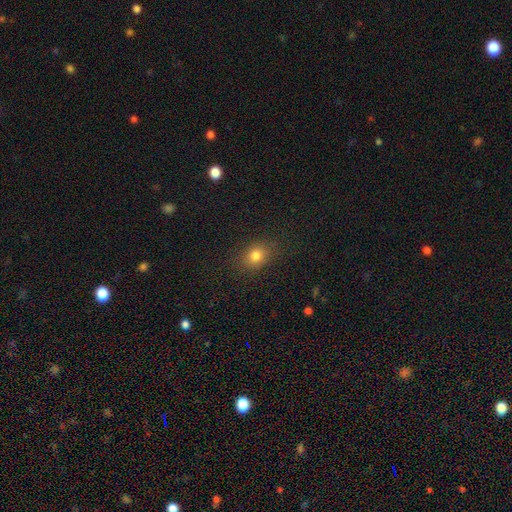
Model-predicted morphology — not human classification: This is clearly a smooth galaxy (80%). How rounded: possibly in between (53%). Merging: clearly none (84%).